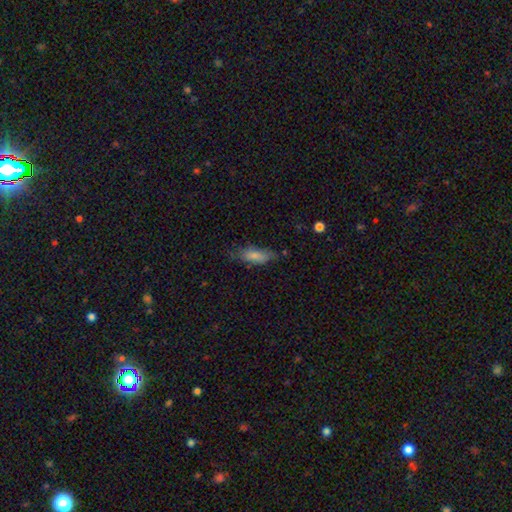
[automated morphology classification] Smooth or featured: smooth — 74% (featured or disk — 18%)
How rounded: in between — 55% (cigar-shaped — 43%)
Merging: none — 65% (minor disturbance — 25%)